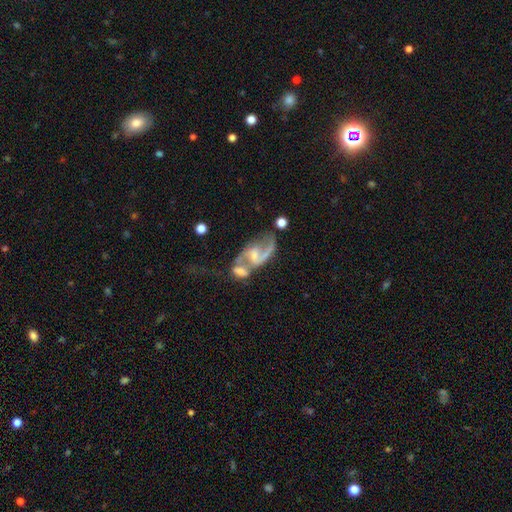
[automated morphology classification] Smooth or featured: featured or disk — 82% (smooth — 11%)
Edge-on disk: no — 96% (yes — 4%)
Bar: weak — 45% (no — 37%)
Spiral arms: yes — 90% (no — 10%)
Spiral winding: loose — 60% (medium — 32%)
Spiral arm count: 2 — 78% (1 — 13%)
Bulge size: small — 48% (moderate — 31%)
Merging: merger — 52% (none — 21%)